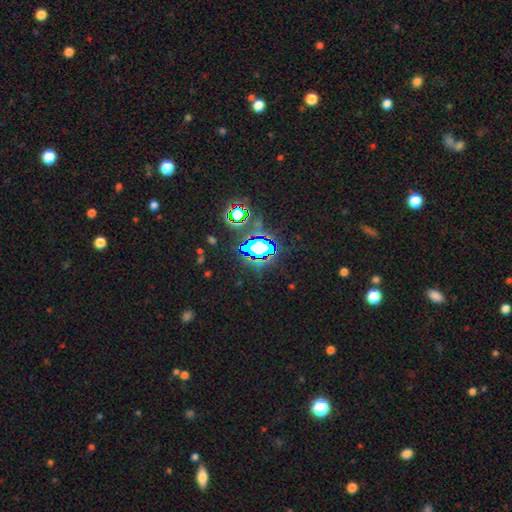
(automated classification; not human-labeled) Smooth or featured?
  - star or artifact: 75% *
  - smooth: 15%
  - featured or disk: 10%